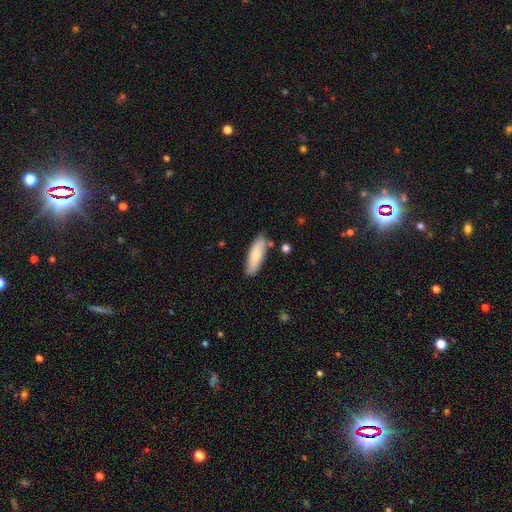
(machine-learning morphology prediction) Smooth or featured: smooth — 79% (featured or disk — 16%)
How rounded: in between — 50% (cigar-shaped — 49%)
Merging: none — 82% (minor disturbance — 12%)